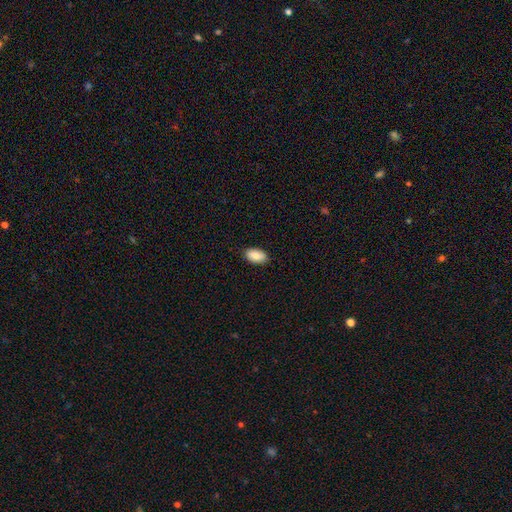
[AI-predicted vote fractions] A smooth galaxy with no disk features (84%) that is in between round and cigar-shaped (94%). Merging: none (88%).